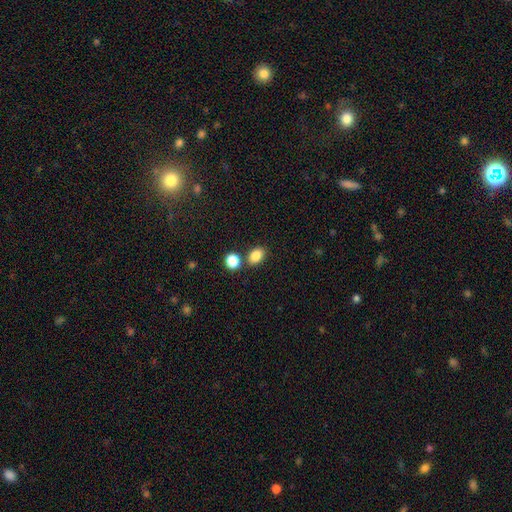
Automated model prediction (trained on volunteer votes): Morphology: type=smooth (85%); roundness=in between (74%); merging=none (71%).